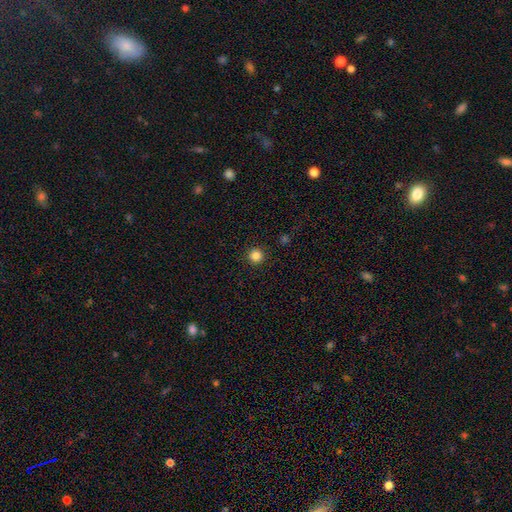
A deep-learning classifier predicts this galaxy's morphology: This is clearly a smooth galaxy (84%). How rounded: clearly round (96%). Merging: clearly none (93%).